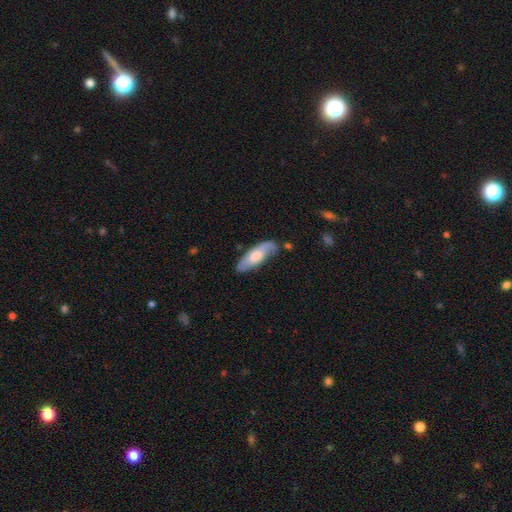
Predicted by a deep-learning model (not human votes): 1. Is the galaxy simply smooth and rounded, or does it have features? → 50% smooth, 44% featured or disk, 5% star or artifact.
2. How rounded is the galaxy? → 63% in between, 35% cigar-shaped, 2% round.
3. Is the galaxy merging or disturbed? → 74% none, 19% minor disturbance, 5% major disturbance, 3% merger.